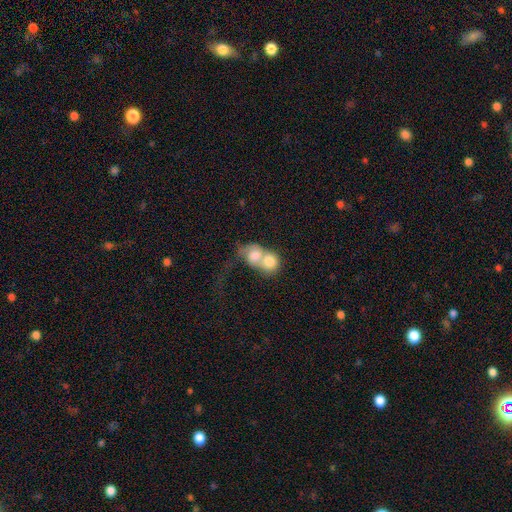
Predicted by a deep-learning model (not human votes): This appears to be a smooth galaxy with no disk features (65%) that is round (62%). Merging: merger (81%).